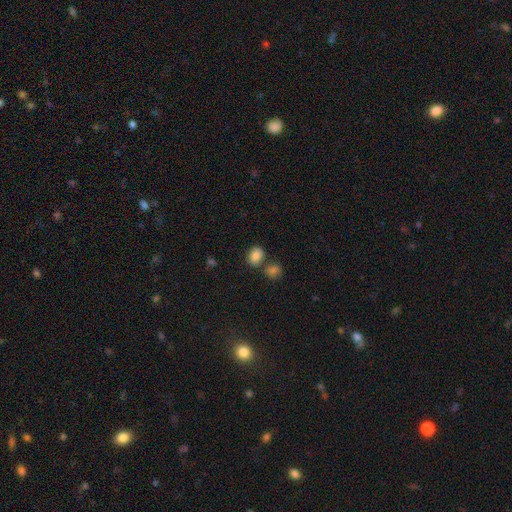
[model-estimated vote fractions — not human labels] The model was most divided on "how rounded": in between: 61%, round: 38%, cigar-shaped: 1%. More confident: smooth or featured — smooth (84%); merging — none (60%).